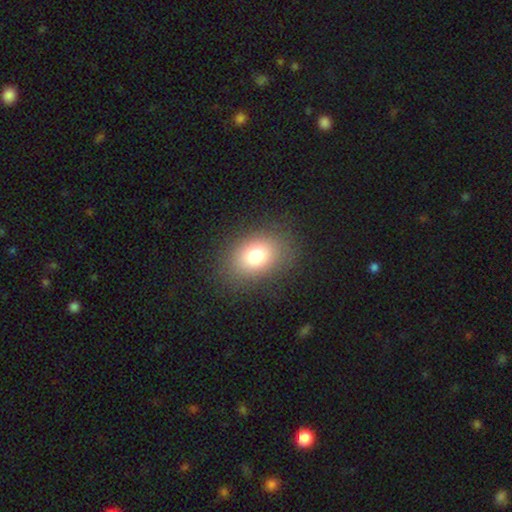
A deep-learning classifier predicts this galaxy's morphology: smooth_or_featured: smooth (p=0.76) [alt: star or artifact p=0.13]
how_rounded: in between (p=0.64) [alt: round p=0.35]
merging: none (p=0.85) [alt: minor disturbance p=0.09]